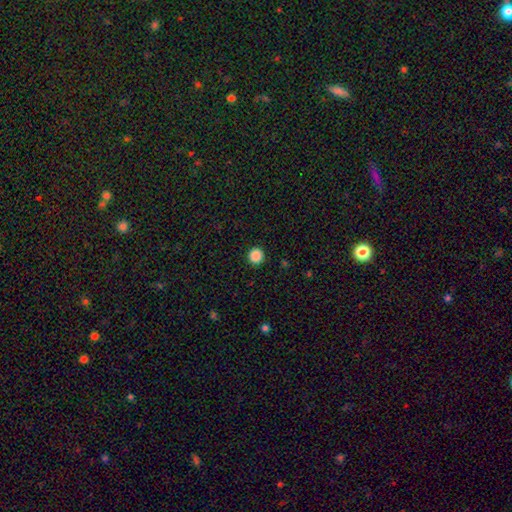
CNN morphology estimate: A smooth galaxy with no disk features (88%) that is round (95%). Merging: none (93%).